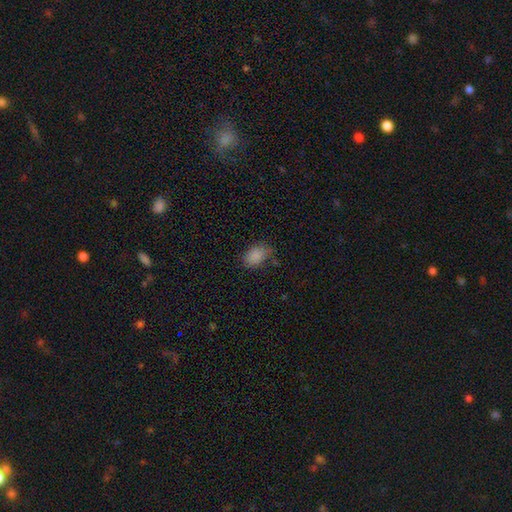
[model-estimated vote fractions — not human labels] Overall: smooth (87%). How rounded: in between (87%). Merging: none (72%).